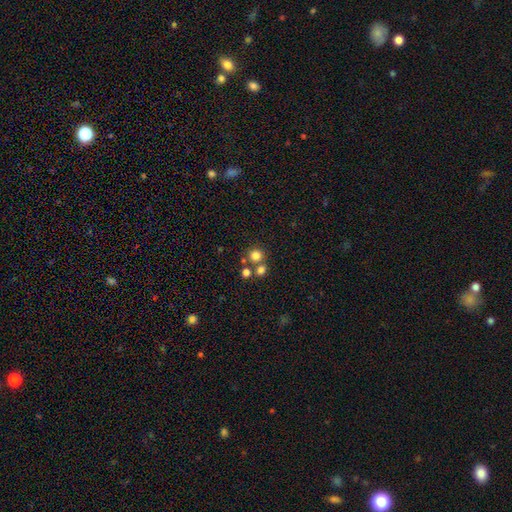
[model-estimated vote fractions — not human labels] A smooth galaxy with no disk features (78%) that is round (90%). Merging: none (65%).